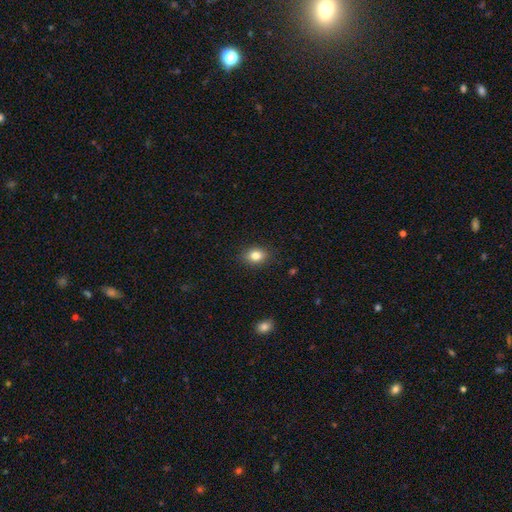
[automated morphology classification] Smooth or featured? smooth (82%)
How rounded? in between (61%)
Merging? none (88%)